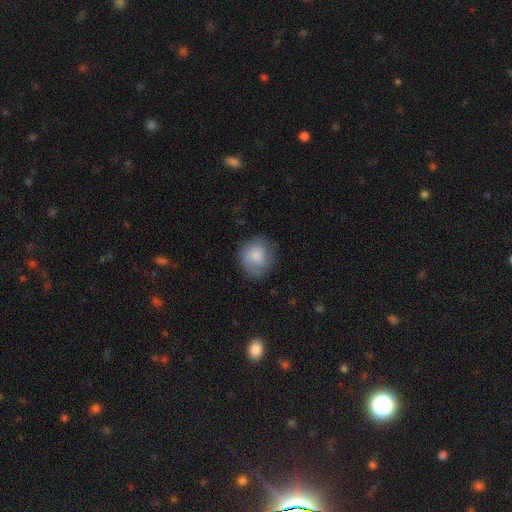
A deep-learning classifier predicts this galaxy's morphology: This appears to be a smooth galaxy with no disk features (76%) that is round (80%). Merging: none (72%).